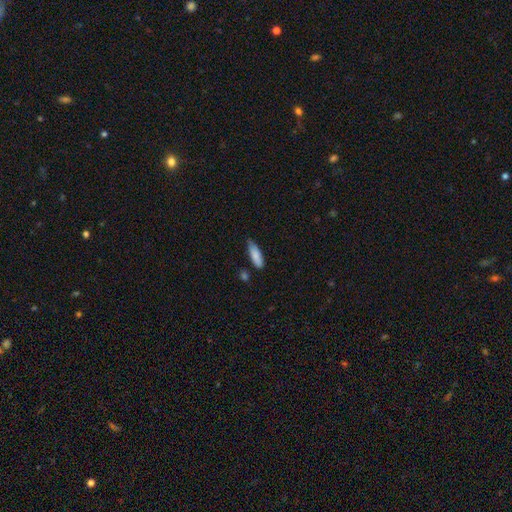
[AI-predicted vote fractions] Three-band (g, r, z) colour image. It shows a smooth galaxy with no disk features (85%) that is in between round and cigar-shaped (51%). Merging: none (60%).